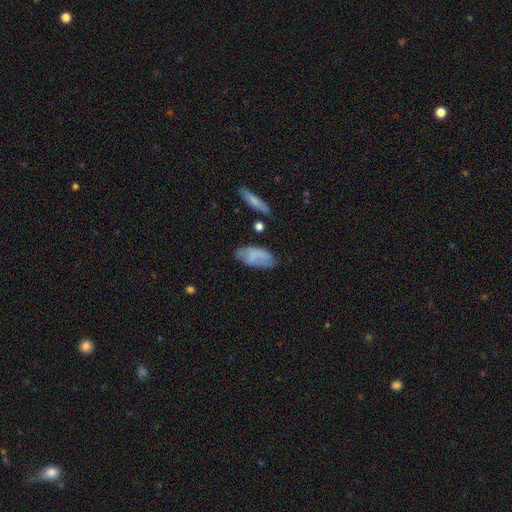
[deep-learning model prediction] This is likely a smooth galaxy (69%). How rounded: clearly in between (90%). Merging: possibly none (60%).